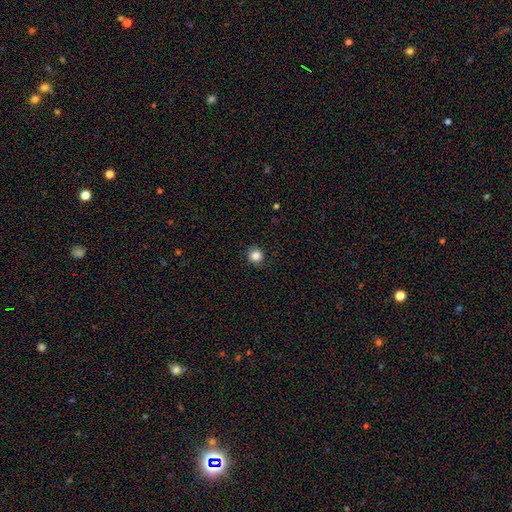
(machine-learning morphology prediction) Overall: smooth (85%). How rounded: round (92%). Merging: none (89%).